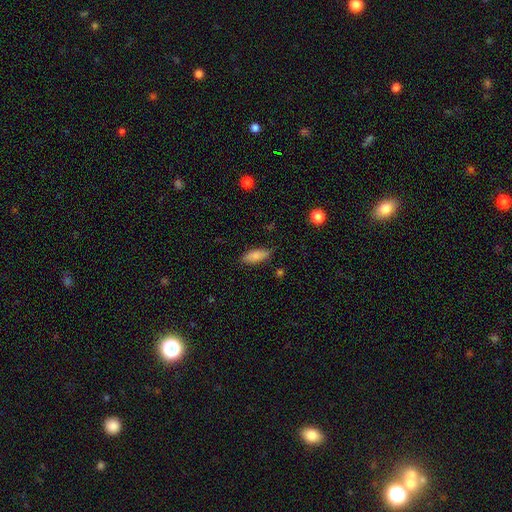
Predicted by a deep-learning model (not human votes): Smooth or featured?
  - smooth: 84% *
  - featured or disk: 10%
  - star or artifact: 7%
How rounded?
  - in between: 74% *
  - cigar-shaped: 23%
  - round: 2%
Merging?
  - none: 82% *
  - minor disturbance: 14%
  - major disturbance: 3%
  - merger: 1%